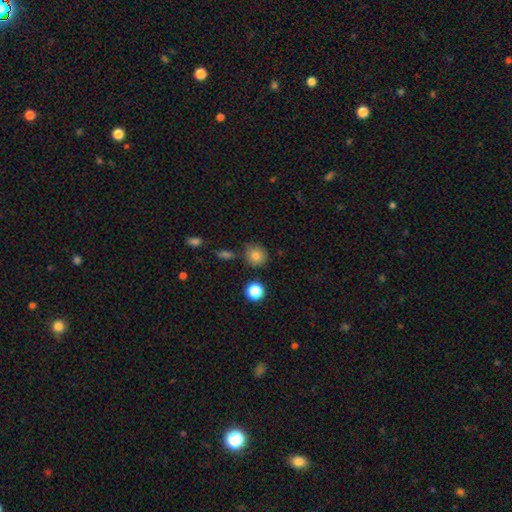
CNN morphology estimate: Overall: smooth (82%). How rounded: round (84%). Merging: none (78%).